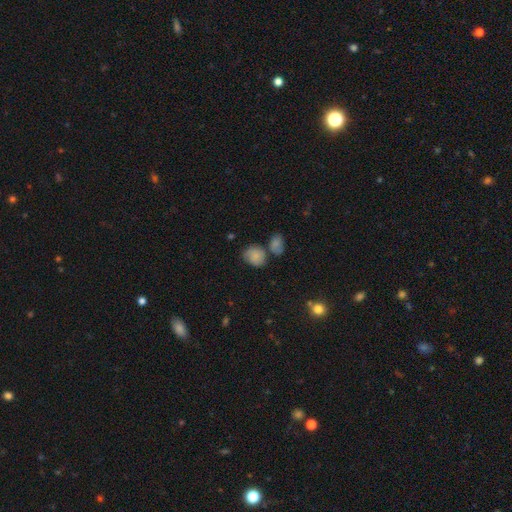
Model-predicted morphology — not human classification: A smooth galaxy with no disk features (70%) that is round (53%).

Vote fractions:
- Smooth or featured? smooth: 70% / featured or disk: 21% / star or artifact: 10%
- How rounded? round: 53% / in between: 46% / cigar-shaped: 1%
- Merging? none: 50% / minor disturbance: 22% / merger: 20% / major disturbance: 8%